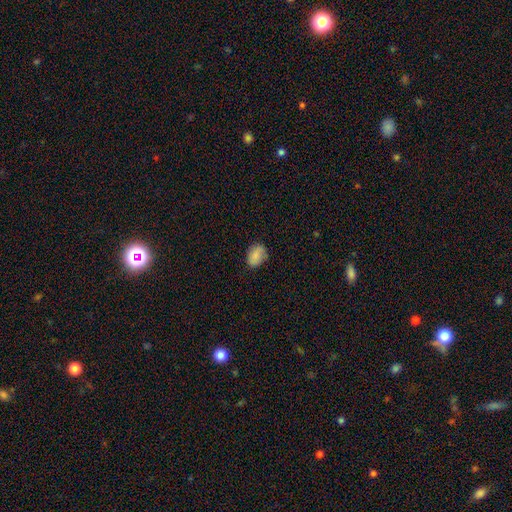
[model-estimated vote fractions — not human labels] smooth-or-featured: smooth: 83% | featured or disk: 8% | star or artifact: 8%
  how-rounded: in between: 75% | round: 24% | cigar-shaped: 1%
  merging: none: 70% | minor disturbance: 23% | major disturbance: 5% | merger: 1%